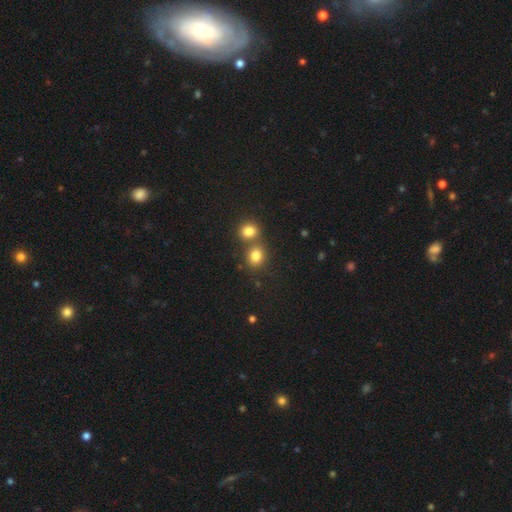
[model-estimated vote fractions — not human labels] smooth-or-featured: smooth: 80% | star or artifact: 13% | featured or disk: 7%
  how-rounded: round: 72% | in between: 27% | cigar-shaped: 1%
  merging: none: 54% | merger: 36% | minor disturbance: 8% | major disturbance: 3%